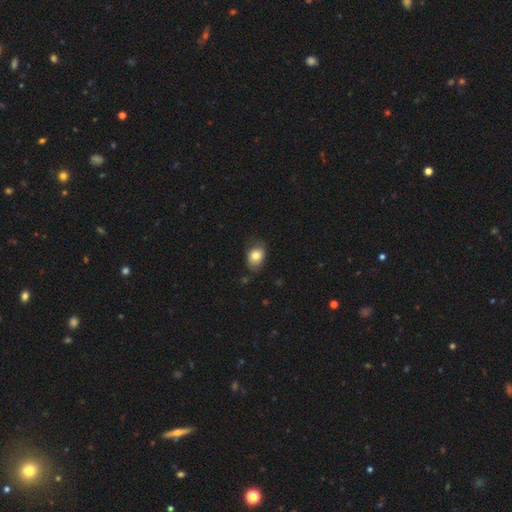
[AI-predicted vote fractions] Smooth or featured?
  - smooth: 78% *
  - featured or disk: 13%
  - star or artifact: 8%
How rounded?
  - in between: 71% *
  - round: 27%
  - cigar-shaped: 1%
Merging?
  - none: 66% *
  - minor disturbance: 26%
  - major disturbance: 6%
  - merger: 2%